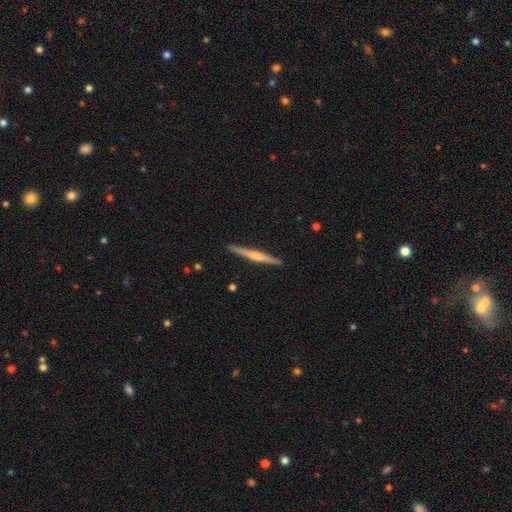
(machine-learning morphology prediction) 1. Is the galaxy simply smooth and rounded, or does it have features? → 74% featured or disk, 21% smooth, 5% star or artifact.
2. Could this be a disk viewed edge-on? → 98% yes, 2% no.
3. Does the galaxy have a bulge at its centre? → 78% rounded, 13% none, 8% boxy.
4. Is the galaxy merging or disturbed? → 92% none, 6% minor disturbance, 1% major disturbance, 1% merger.